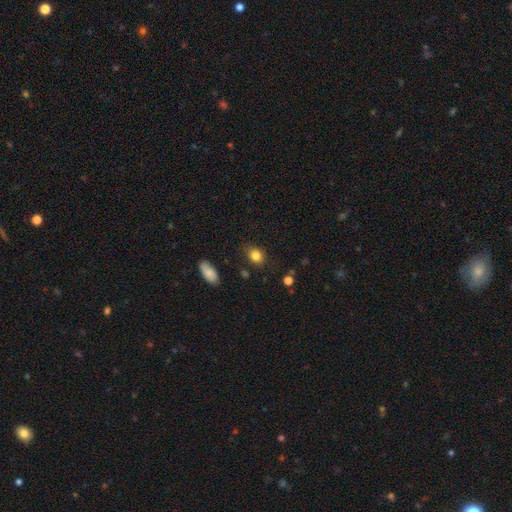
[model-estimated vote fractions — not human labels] smooth-or-featured: smooth: 83% | star or artifact: 10% | featured or disk: 7%
  how-rounded: in between: 52% | round: 47% | cigar-shaped: 1%
  merging: none: 78% | minor disturbance: 16% | major disturbance: 4% | merger: 2%